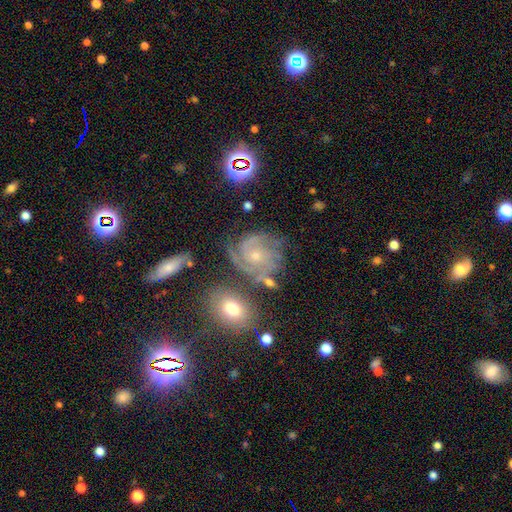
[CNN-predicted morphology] type=featured or disk (83%); edge-on=no (97%); bar=no (73%); spiral arms=yes (97%); winding=tight (66%); arm count=3 (39%); bulge=small (65%); merging=none (64%).